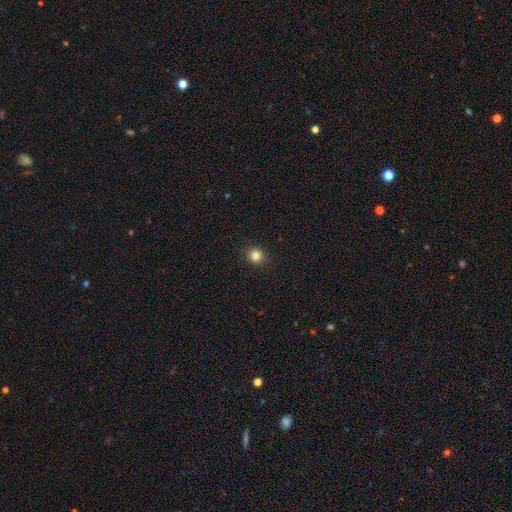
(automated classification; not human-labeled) Smooth or featured?
  - smooth: 82% *
  - star or artifact: 13%
  - featured or disk: 5%
How rounded?
  - round: 90% *
  - in between: 9%
  - cigar-shaped: 1%
Merging?
  - none: 91% *
  - minor disturbance: 6%
  - major disturbance: 2%
  - merger: 1%